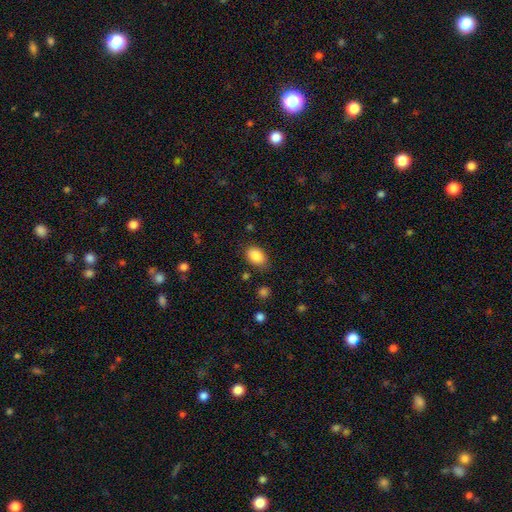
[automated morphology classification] Q: Smooth or featured?
A: smooth (87%); runner-up: star or artifact (8%)
Q: How rounded?
A: in between (84%); runner-up: round (15%)
Q: Merging?
A: none (78%); runner-up: minor disturbance (17%)